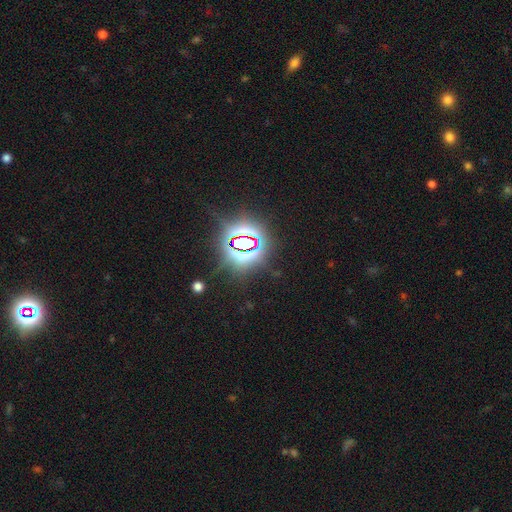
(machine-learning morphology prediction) A star or artifact, not a galaxy (82%).

Vote fractions:
- Smooth or featured? star or artifact: 82% / smooth: 10% / featured or disk: 8%